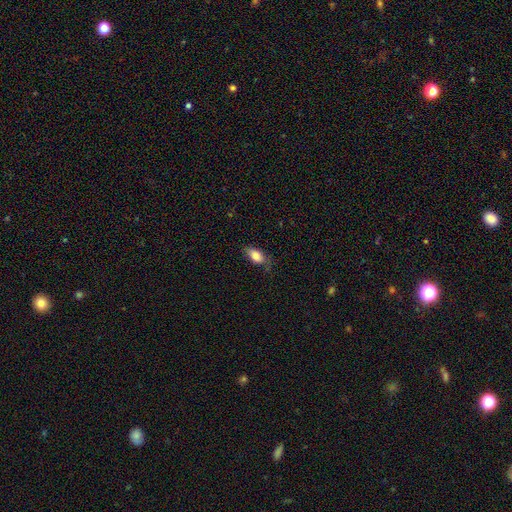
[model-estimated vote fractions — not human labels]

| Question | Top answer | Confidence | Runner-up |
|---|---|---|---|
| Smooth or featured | smooth | 81% | featured or disk (12%) |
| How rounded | in between | 87% | cigar-shaped (8%) |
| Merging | none | 59% | minor disturbance (30%) |